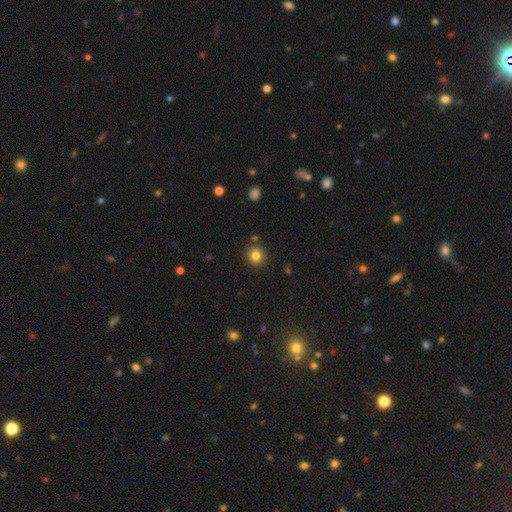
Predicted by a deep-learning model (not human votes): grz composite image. It shows a smooth galaxy with no disk features (82%) that is round (87%). Merging: none (87%).